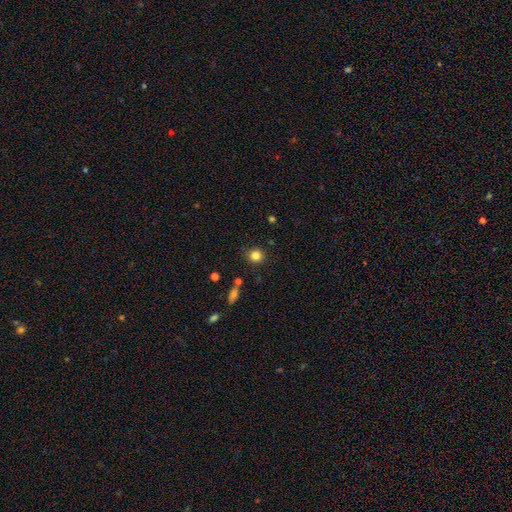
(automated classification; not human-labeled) Smooth or featured? Predicted: smooth (p=0.83). How rounded? Predicted: round (p=0.89). Merging? Predicted: none (p=0.85).